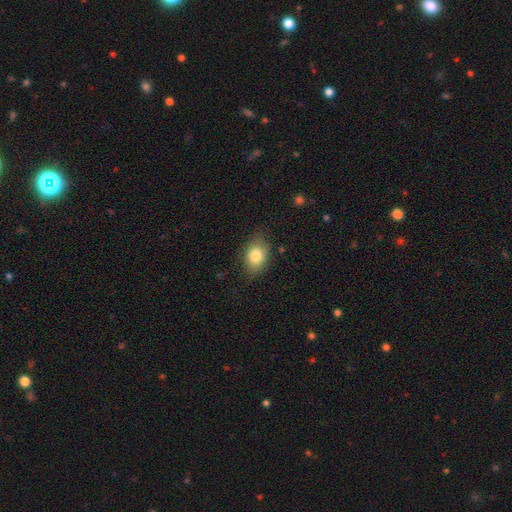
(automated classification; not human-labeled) Smooth or featured?
  - smooth: 81% *
  - featured or disk: 11%
  - star or artifact: 8%
How rounded?
  - in between: 79% *
  - round: 20%
  - cigar-shaped: 1%
Merging?
  - none: 77% *
  - minor disturbance: 18%
  - major disturbance: 4%
  - merger: 1%